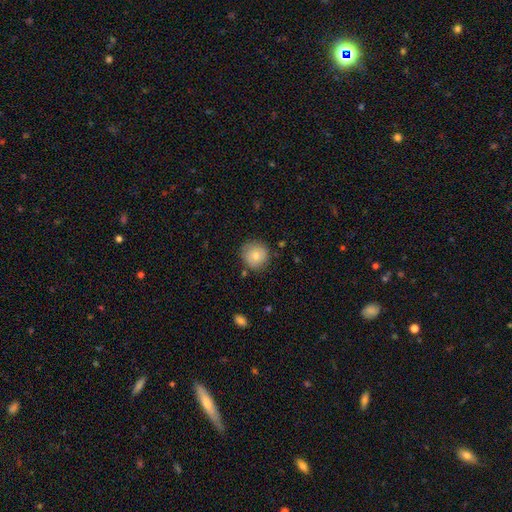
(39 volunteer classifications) Q: Smooth or featured?
A: smooth (74%); runner-up: featured or disk (18%)
Q: How rounded?
A: round (86%); runner-up: in between (14%)
Q: Merging?
A: none (89%); runner-up: minor disturbance (8%)